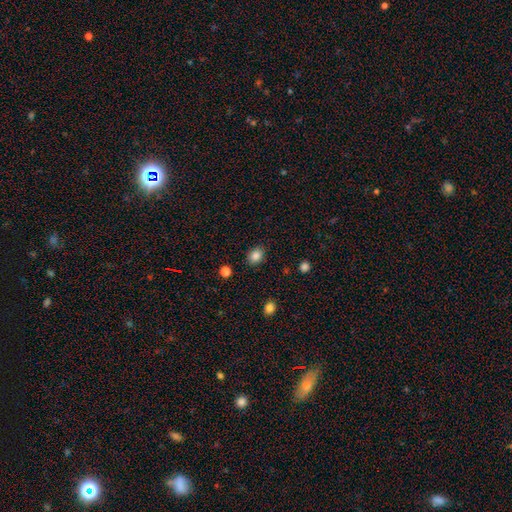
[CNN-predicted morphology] type=smooth (85%); roundness=round (51%); merging=none (86%).